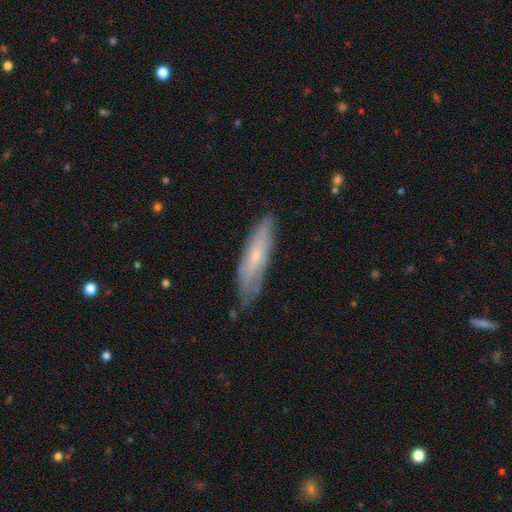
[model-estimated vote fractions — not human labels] The model was most divided on "edge-on disk": no: 55%, yes: 45%. More confident: merging — none (74%); smooth or featured — featured or disk (52%).